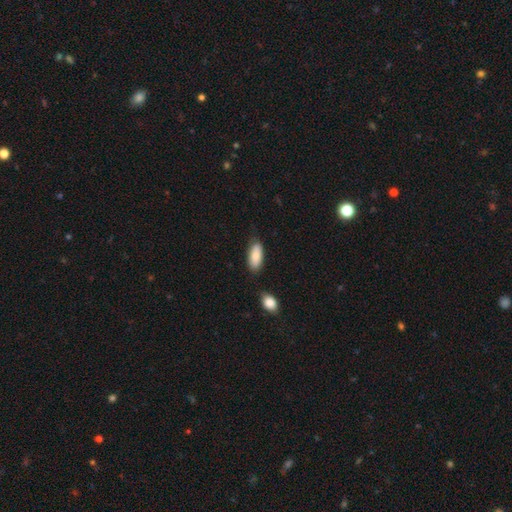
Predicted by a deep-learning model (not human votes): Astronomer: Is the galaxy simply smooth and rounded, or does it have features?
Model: smooth — 83%.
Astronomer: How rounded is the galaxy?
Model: in between — 83%.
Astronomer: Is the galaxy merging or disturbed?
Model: none — 76%.